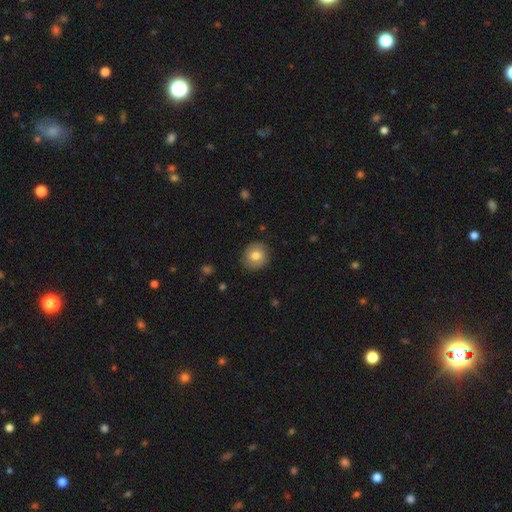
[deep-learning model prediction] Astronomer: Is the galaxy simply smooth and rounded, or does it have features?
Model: smooth — 73%.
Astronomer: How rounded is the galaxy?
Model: round — 85%.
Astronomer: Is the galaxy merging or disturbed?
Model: none — 85%.